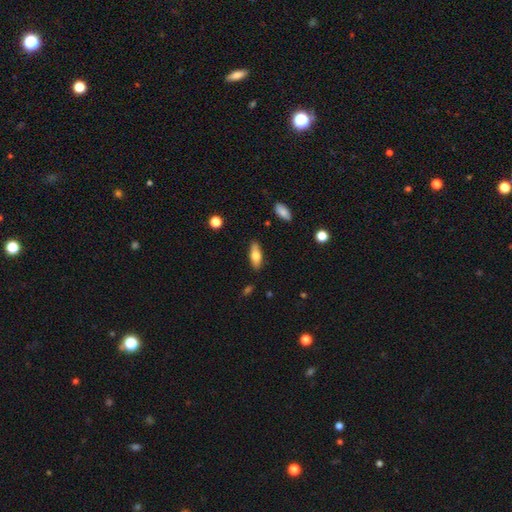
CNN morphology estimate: Smooth or featured: smooth — 67% (featured or disk — 27%)
How rounded: in between — 67% (cigar-shaped — 30%)
Merging: none — 85% (minor disturbance — 11%)